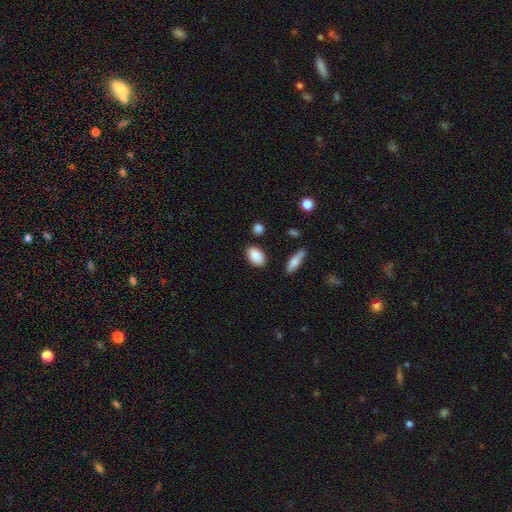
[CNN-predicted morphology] type=smooth (89%); roundness=in between (89%); merging=none (84%).